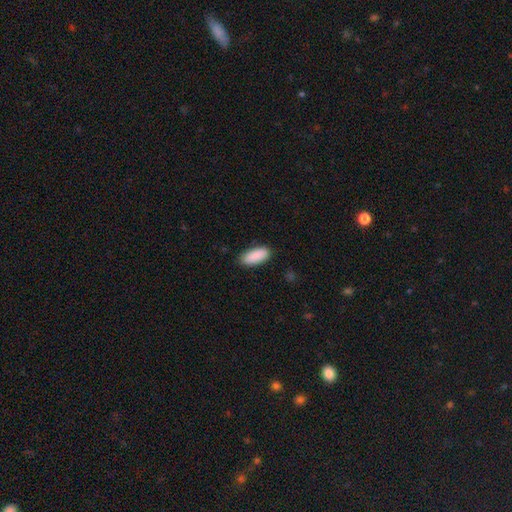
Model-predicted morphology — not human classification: smooth 91%, star or artifact 6%, featured or disk 3%. Down the decision tree: how rounded — in between (84%); merging — none (87%).